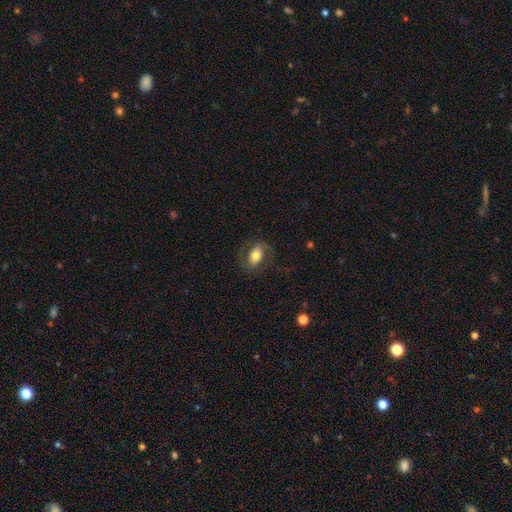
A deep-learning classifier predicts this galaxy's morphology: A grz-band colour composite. It shows a featured or disk galaxy (58%) with no bar (42%), spiral arms (83%) and a moderate central bulge (62%). Merging: none (70%).